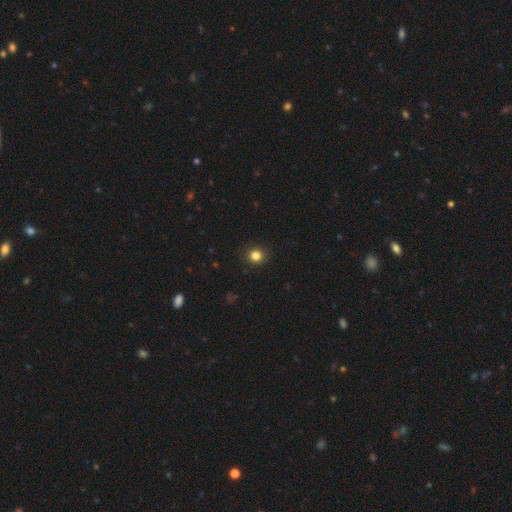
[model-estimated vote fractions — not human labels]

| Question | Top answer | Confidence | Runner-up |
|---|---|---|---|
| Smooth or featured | smooth | 83% | star or artifact (13%) |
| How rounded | round | 87% | in between (12%) |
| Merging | none | 91% | minor disturbance (6%) |